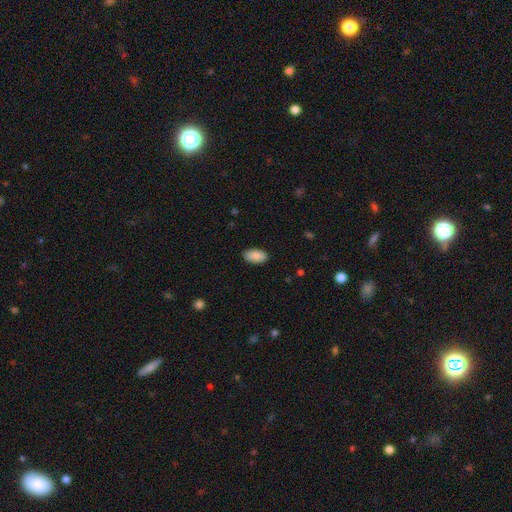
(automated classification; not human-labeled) A smooth galaxy with no disk features (89%) that is in between round and cigar-shaped (95%). Merging: none (88%).